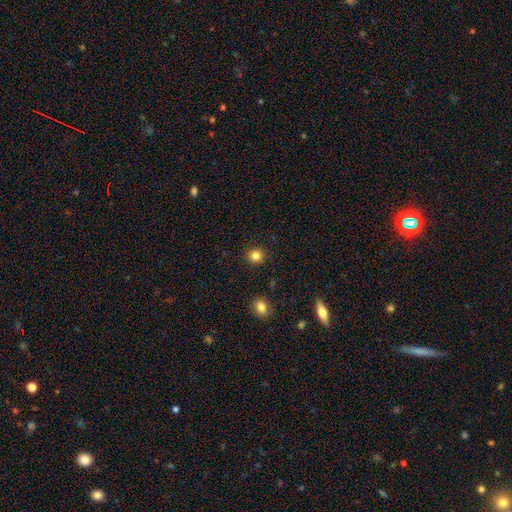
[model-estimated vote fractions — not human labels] A smooth galaxy with no disk features (84%) that is round (93%). Merging: none (91%).